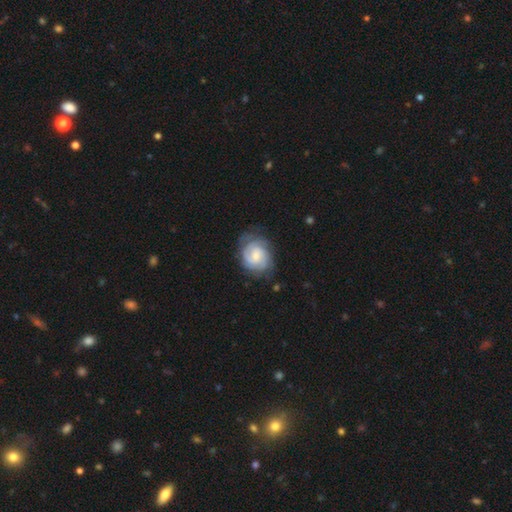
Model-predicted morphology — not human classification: The model was most divided on "bulge size": small: 49%, moderate: 36%, none: 8%, large: 6%, dominant: 1%. Remaining: edge-on disk — no (98%); spiral arms — yes (95%); smooth or featured — featured or disk (77%); merging — none (71%); spiral winding — tight (64%); bar — no (57%); spiral arm count — 2 (43%).